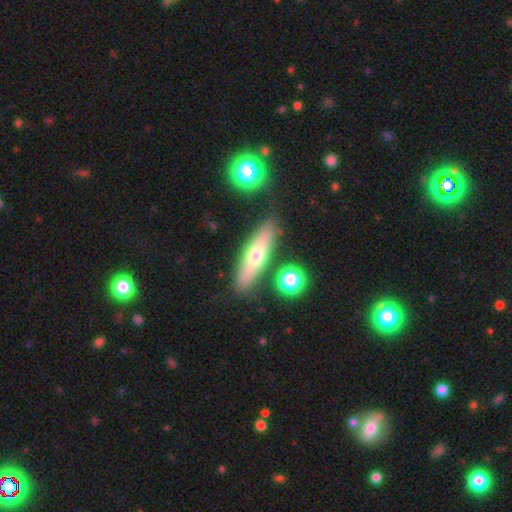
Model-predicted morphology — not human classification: This is possibly a smooth galaxy (55%). How rounded: likely cigar-shaped (67%). Merging: clearly none (84%).